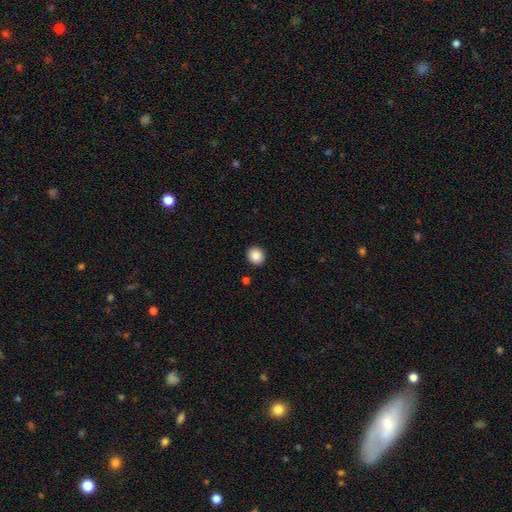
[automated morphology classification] Smooth or featured? Predicted: smooth (p=0.88). How rounded? Predicted: round (p=0.77). Merging? Predicted: none (p=0.91).